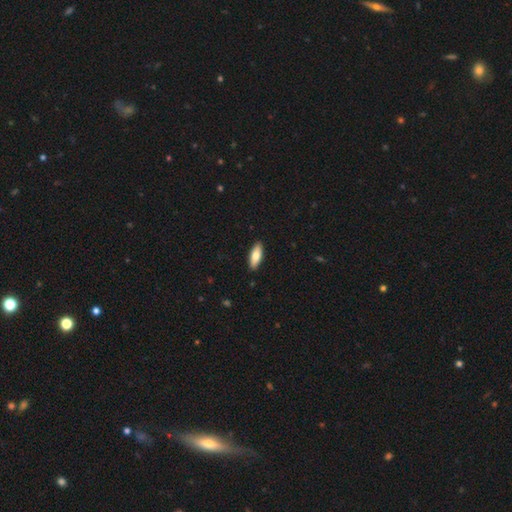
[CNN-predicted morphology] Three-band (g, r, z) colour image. It shows a smooth galaxy with no disk features (76%) that is in between round and cigar-shaped (70%). Merging: none (90%).